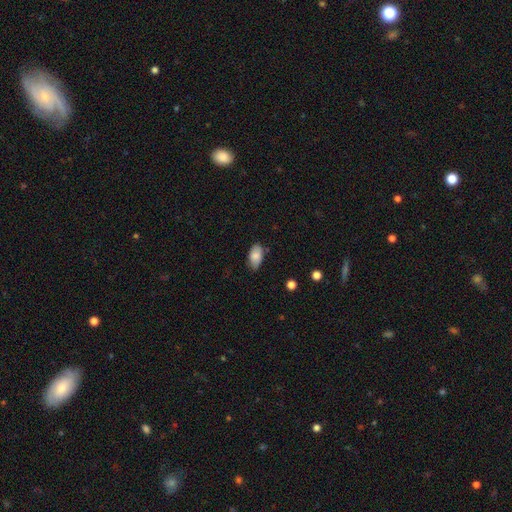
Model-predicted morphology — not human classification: This is clearly a smooth galaxy (83%). How rounded: clearly in between (94%). Merging: likely none (75%).